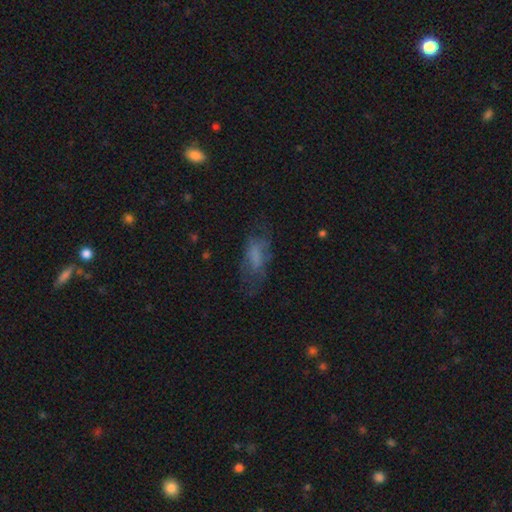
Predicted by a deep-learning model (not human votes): This appears to be a smooth galaxy with no disk features (55%) that is in between round and cigar-shaped (78%). Merging: none (51%).